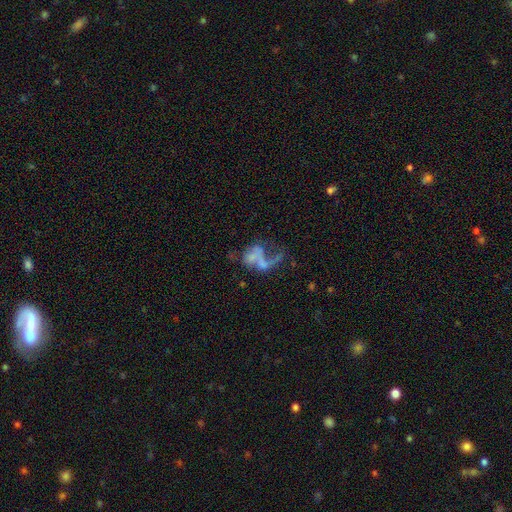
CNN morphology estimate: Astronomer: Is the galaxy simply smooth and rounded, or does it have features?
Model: featured or disk — 51% (runner-up: smooth, 35%).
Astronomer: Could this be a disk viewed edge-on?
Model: no — 97%.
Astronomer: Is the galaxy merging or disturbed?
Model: major disturbance — 40% (runner-up: merger, 34%).